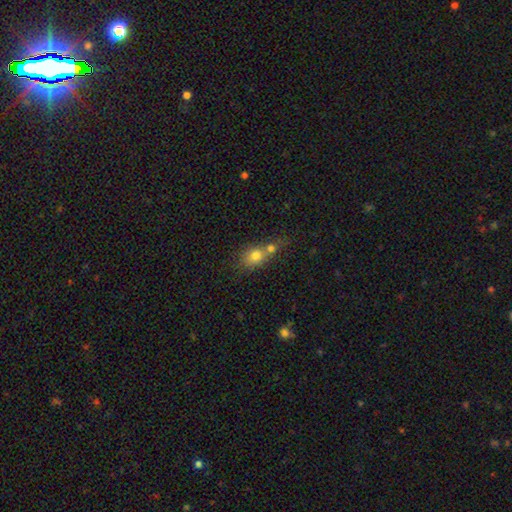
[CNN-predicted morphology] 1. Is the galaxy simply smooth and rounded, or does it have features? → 74% smooth, 15% featured or disk, 11% star or artifact.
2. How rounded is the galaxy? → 50% round, 47% in between, 4% cigar-shaped.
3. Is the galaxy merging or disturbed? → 57% merger, 28% none, 9% minor disturbance, 5% major disturbance.